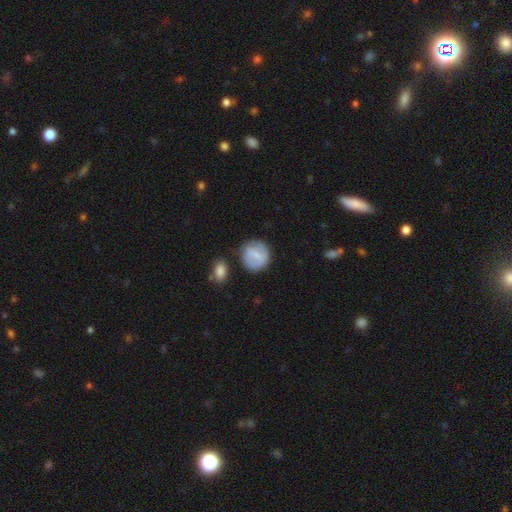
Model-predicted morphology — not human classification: The model was most divided on "smooth or featured": smooth: 63%, featured or disk: 30%, star or artifact: 7%. More confident: how rounded — round (83%); merging — none (72%).